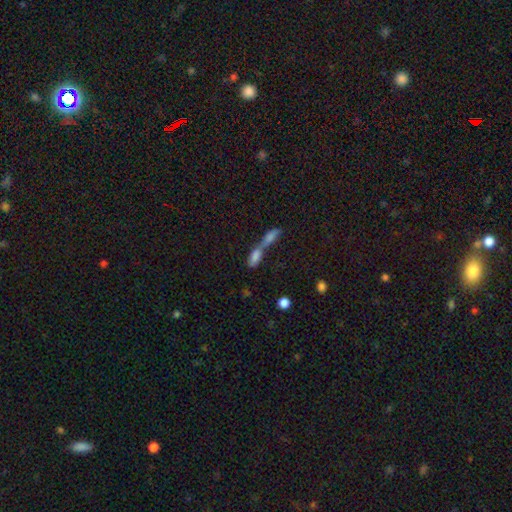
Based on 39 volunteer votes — Smooth or featured: smooth — 82% (featured or disk — 18%)
How rounded: cigar-shaped — 62% (in between — 38%)
Merging: merger — 92% (major disturbance — 5%)